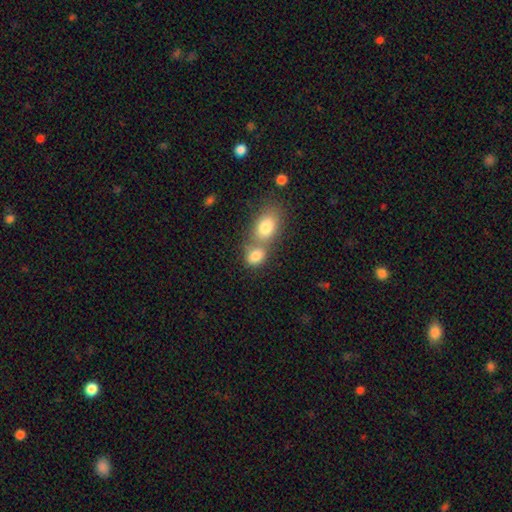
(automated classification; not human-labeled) This is clearly a smooth galaxy (82%). How rounded: likely in between (61%). Merging: possibly merger (55%).